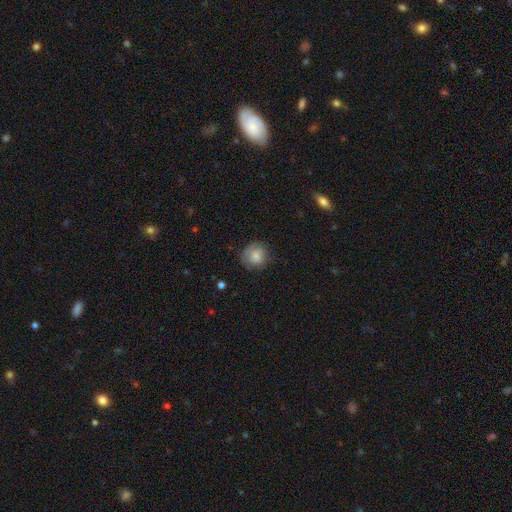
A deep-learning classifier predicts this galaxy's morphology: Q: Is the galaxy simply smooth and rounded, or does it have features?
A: smooth — 73%.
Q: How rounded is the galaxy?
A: round — 83%.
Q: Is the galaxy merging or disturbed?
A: none — 69%.